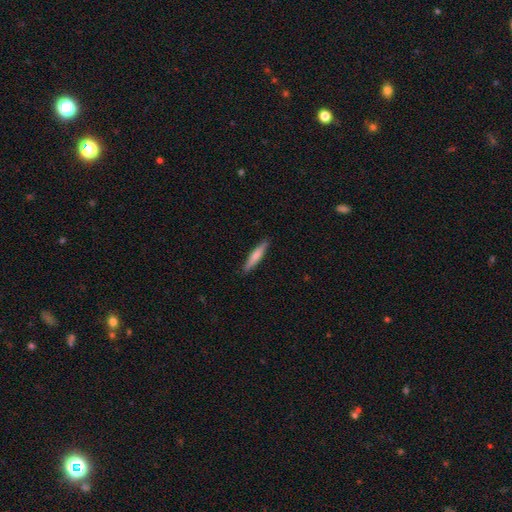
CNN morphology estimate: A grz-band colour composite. It shows a smooth galaxy with no disk features (70%) that is cigar-shaped (91%). Merging: none (90%).